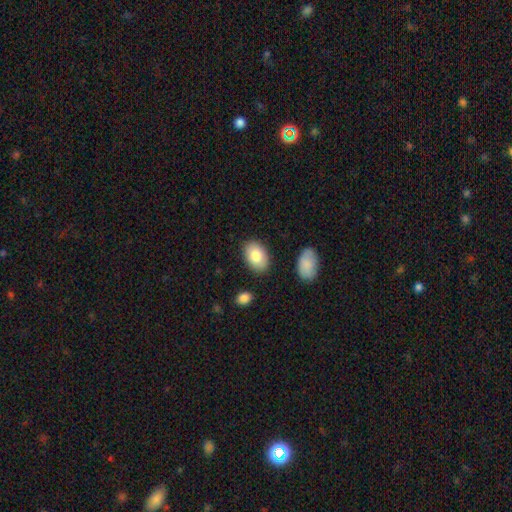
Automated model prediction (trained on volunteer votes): This appears to be a smooth galaxy with no disk features (81%) that is in between round and cigar-shaped (87%). Merging: none (84%).